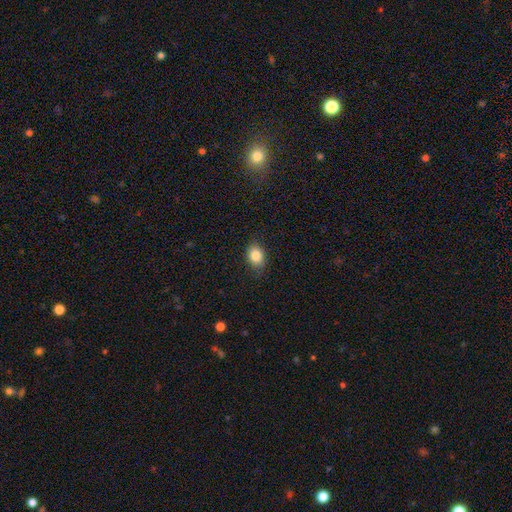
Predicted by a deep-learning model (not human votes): This appears to be a smooth galaxy with no disk features (85%) that is in between round and cigar-shaped (68%). Merging: none (83%).